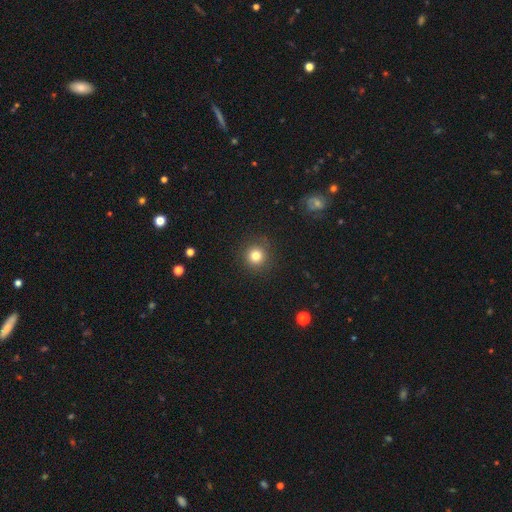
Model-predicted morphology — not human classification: smooth 81%, star or artifact 13%, featured or disk 7%. Down the decision tree: how rounded — round (94%); merging — none (90%).